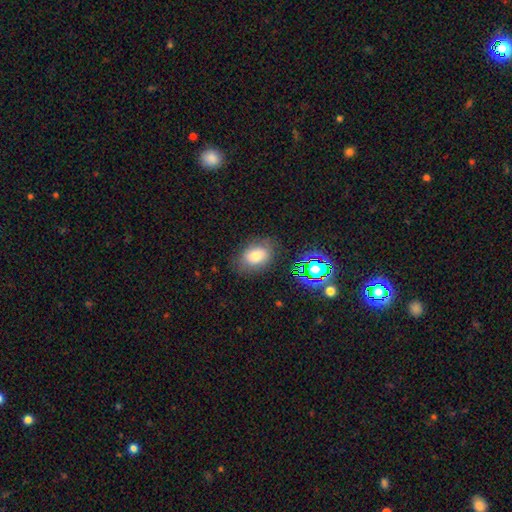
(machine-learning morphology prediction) smooth 77%, star or artifact 13%, featured or disk 10%. Down the decision tree: how rounded — in between (79%); merging — none (76%).